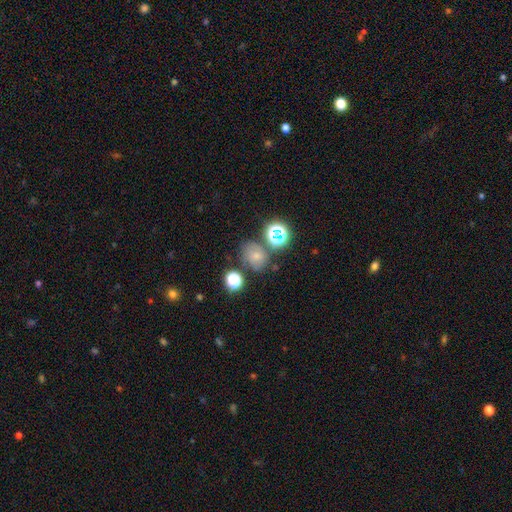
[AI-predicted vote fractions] This appears to be a smooth galaxy with no disk features (60%) that is round (59%). Merging: none (61%).